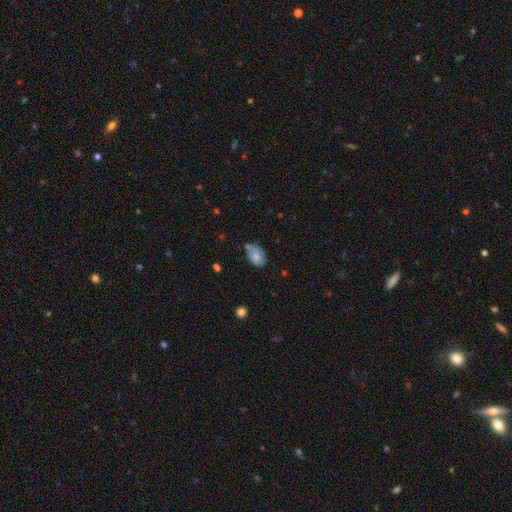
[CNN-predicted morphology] type=smooth (72%); roundness=in between (79%); merging=none (50%).